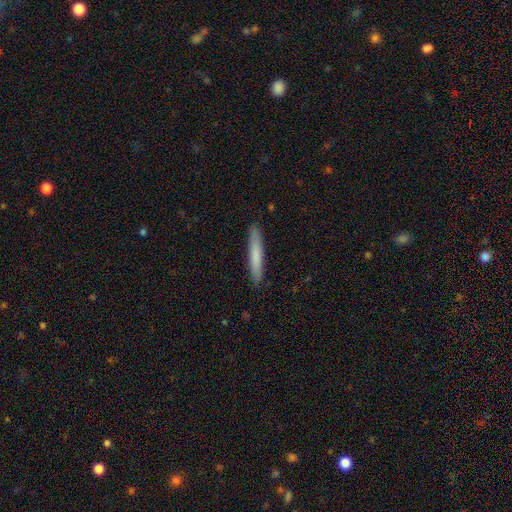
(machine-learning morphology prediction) Smooth or featured: smooth — 75% (featured or disk — 19%)
How rounded: cigar-shaped — 94% (in between — 5%)
Merging: none — 90% (minor disturbance — 8%)